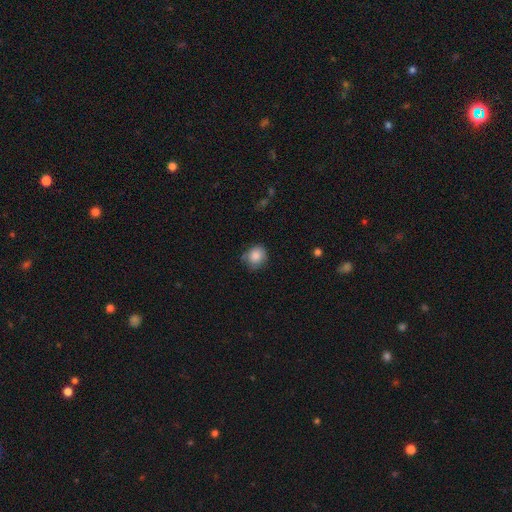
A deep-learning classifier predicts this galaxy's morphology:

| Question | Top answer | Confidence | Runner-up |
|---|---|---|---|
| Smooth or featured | smooth | 85% | star or artifact (8%) |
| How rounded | round | 74% | in between (25%) |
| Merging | none | 64% | minor disturbance (27%) |